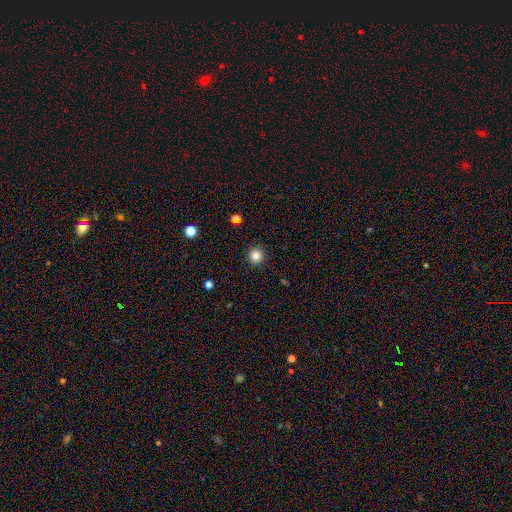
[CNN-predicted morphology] Q: Smooth or featured?
A: smooth (85%); runner-up: star or artifact (11%)
Q: How rounded?
A: round (94%); runner-up: in between (5%)
Q: Merging?
A: none (92%); runner-up: minor disturbance (5%)